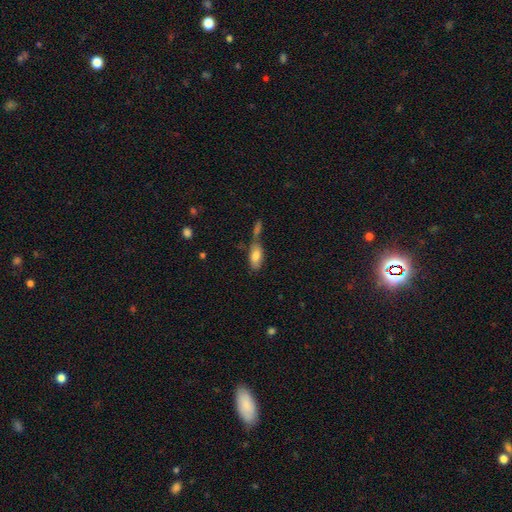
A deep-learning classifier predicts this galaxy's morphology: smooth 77%, featured or disk 16%, star or artifact 7%. Down the decision tree: how rounded — in between (86%); merging — none (41%).